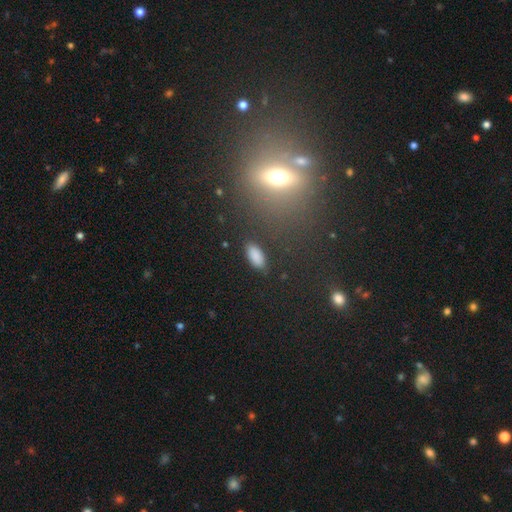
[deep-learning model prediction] The model was most divided on "merging": none: 86%, minor disturbance: 10%, major disturbance: 3%, merger: 2%. More confident: how rounded — in between (90%); smooth or featured — smooth (87%).